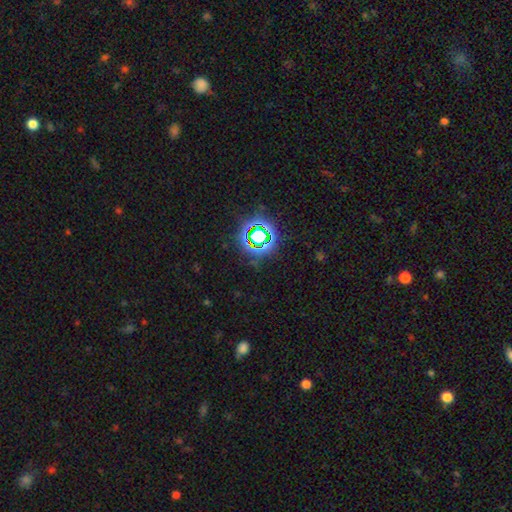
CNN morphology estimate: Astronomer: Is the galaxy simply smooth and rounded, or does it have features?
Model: star or artifact — 77%.